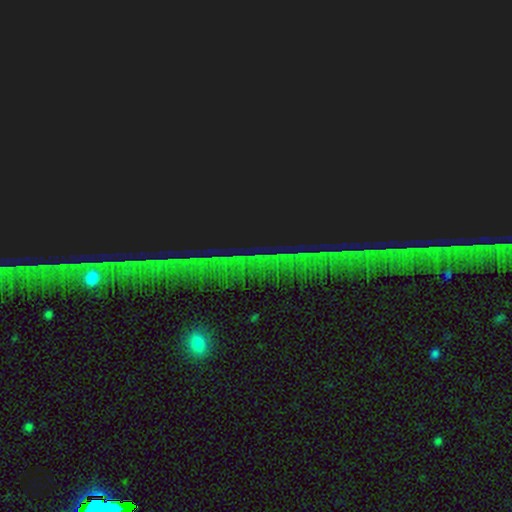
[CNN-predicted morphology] Smooth or featured?
  - star or artifact: 81% *
  - smooth: 10%
  - featured or disk: 9%